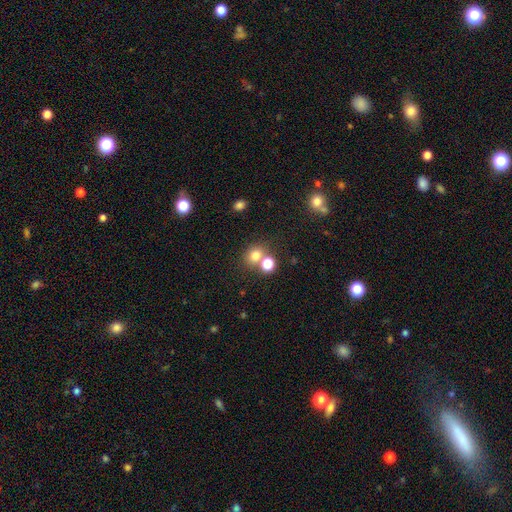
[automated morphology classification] smooth_or_featured: smooth (p=0.75) [alt: star or artifact p=0.17]
how_rounded: round (p=0.72) [alt: in between p=0.28]
merging: none (p=0.57) [alt: merger p=0.30]